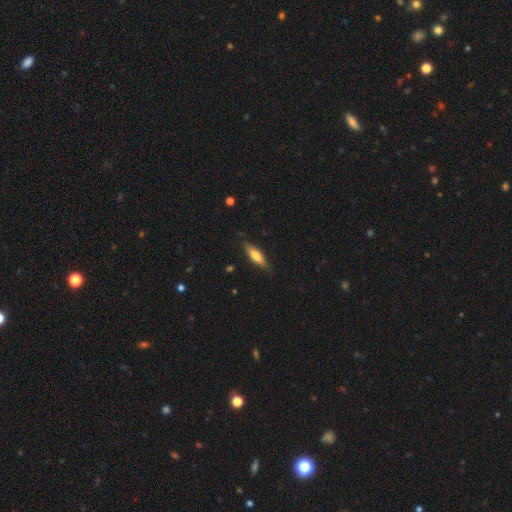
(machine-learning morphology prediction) This appears to be a smooth galaxy with no disk features (63%) that is cigar-shaped (58%). Merging: none (81%).